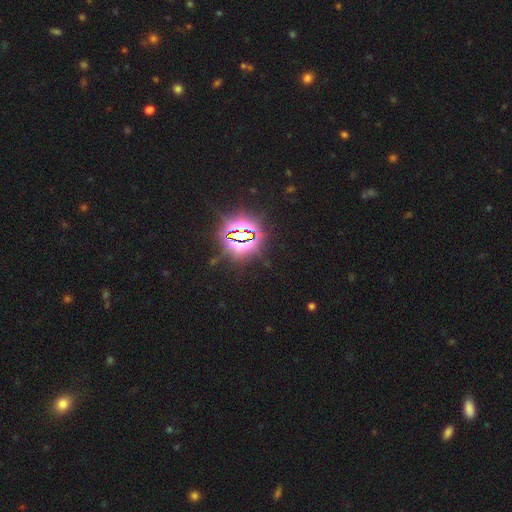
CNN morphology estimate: type=star or artifact (82%).